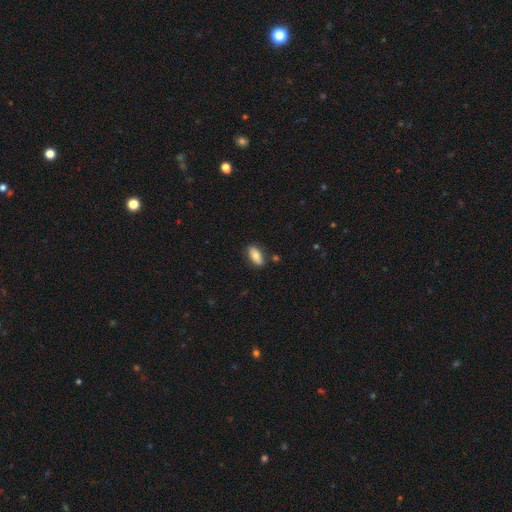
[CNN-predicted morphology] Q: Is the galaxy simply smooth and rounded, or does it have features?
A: smooth — 80%.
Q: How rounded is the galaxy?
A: in between — 87%.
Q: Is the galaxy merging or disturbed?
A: none — 81%.